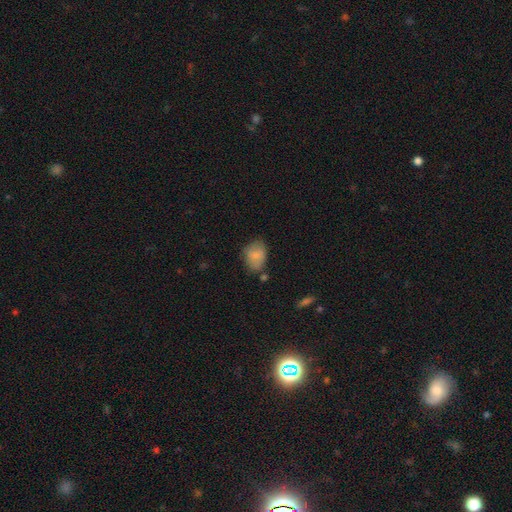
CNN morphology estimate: Smooth or featured? smooth (79%)
How rounded? in between (69%)
Merging? none (55%)